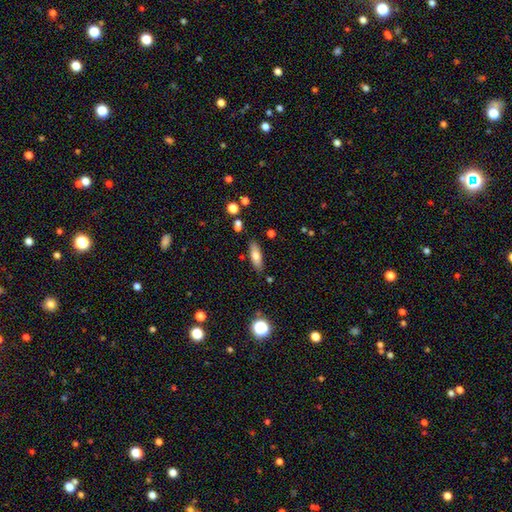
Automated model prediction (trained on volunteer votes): Smooth or featured?
  - smooth: 70% *
  - featured or disk: 22%
  - star or artifact: 8%
How rounded?
  - in between: 62% *
  - cigar-shaped: 35%
  - round: 3%
Merging?
  - none: 82% *
  - minor disturbance: 12%
  - merger: 4%
  - major disturbance: 3%